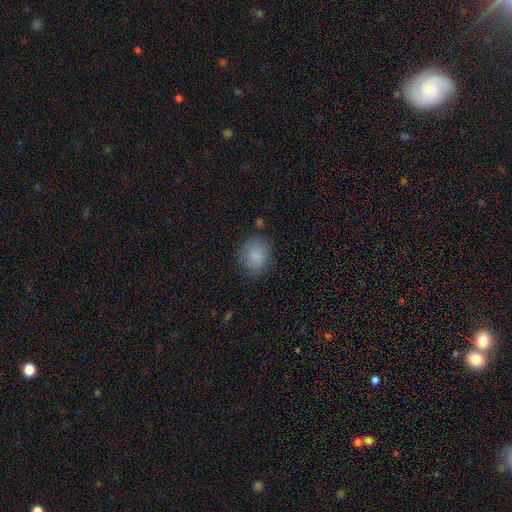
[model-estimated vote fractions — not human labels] This appears to be a smooth galaxy with no disk features (84%) that is round (69%). Merging: none (75%).